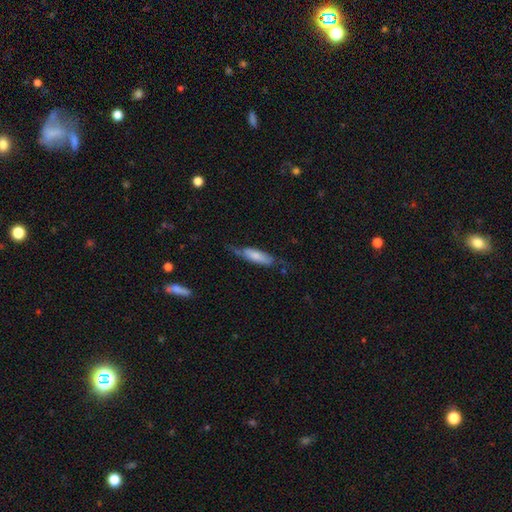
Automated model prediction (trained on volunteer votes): Smooth or featured? smooth (66%)
How rounded? cigar-shaped (54%)
Merging? none (53%)